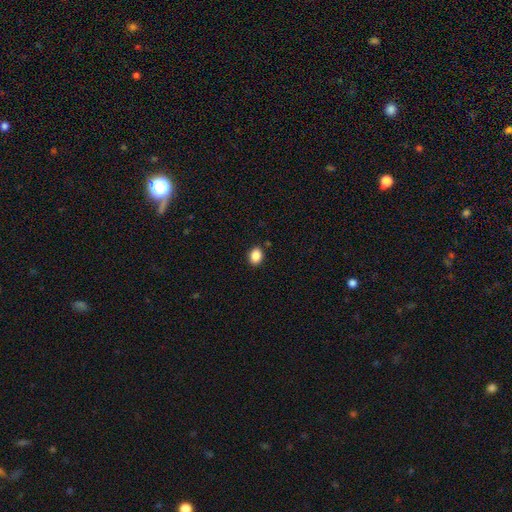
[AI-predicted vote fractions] Smooth or featured: smooth — 88% (star or artifact — 9%)
How rounded: in between — 59% (round — 40%)
Merging: none — 88% (minor disturbance — 8%)